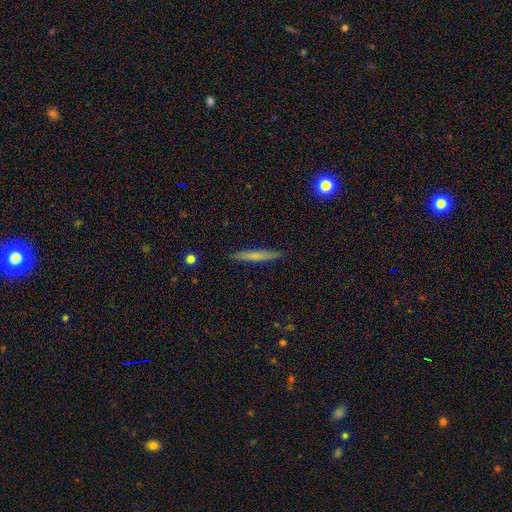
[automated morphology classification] Smooth or featured? Predicted: smooth (p=0.65). How rounded? Predicted: cigar-shaped (p=0.95). Merging? Predicted: none (p=0.90).